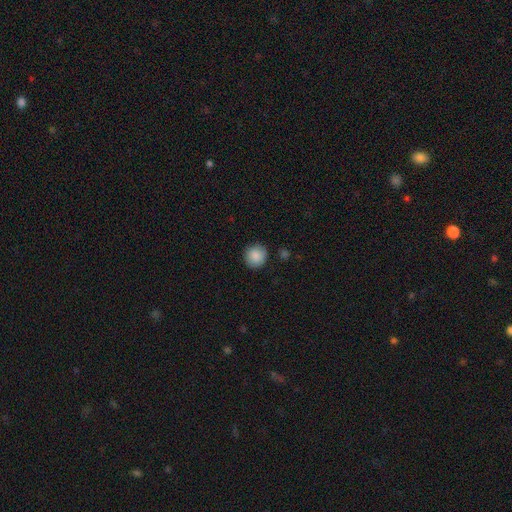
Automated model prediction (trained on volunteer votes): Q: Smooth or featured?
A: smooth (88%); runner-up: star or artifact (8%)
Q: How rounded?
A: round (92%); runner-up: in between (7%)
Q: Merging?
A: none (88%); runner-up: minor disturbance (8%)